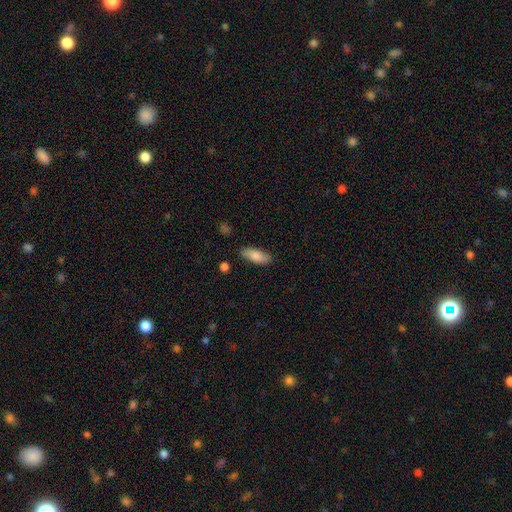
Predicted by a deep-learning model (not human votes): Overall: smooth (83%). How rounded: in between (76%). Merging: none (85%).